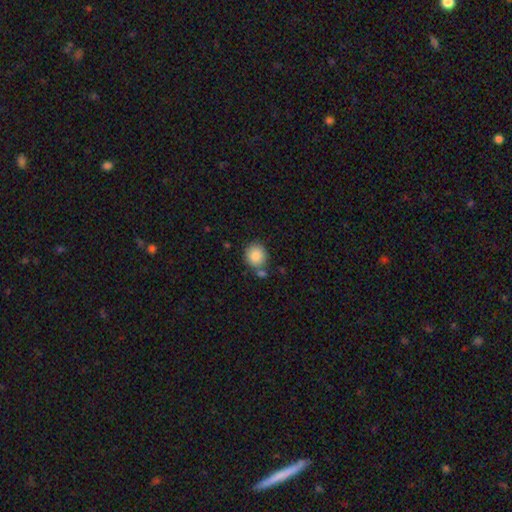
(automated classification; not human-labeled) Smooth or featured? Predicted: smooth (p=0.87). How rounded? Predicted: round (p=0.87). Merging? Predicted: none (p=0.71).